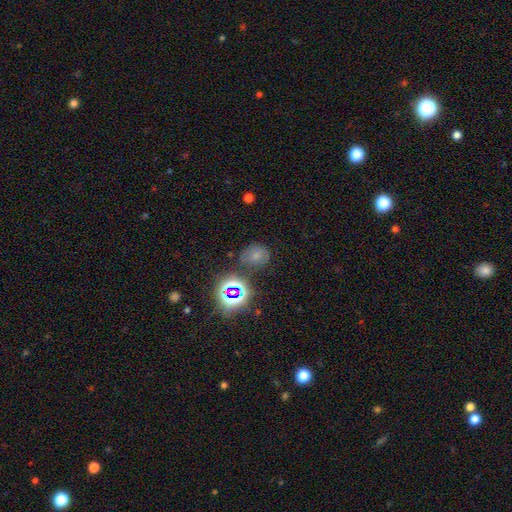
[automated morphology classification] smooth 57%, star or artifact 30%, featured or disk 12%. Down the decision tree: how rounded — round (56%); merging — none (66%).